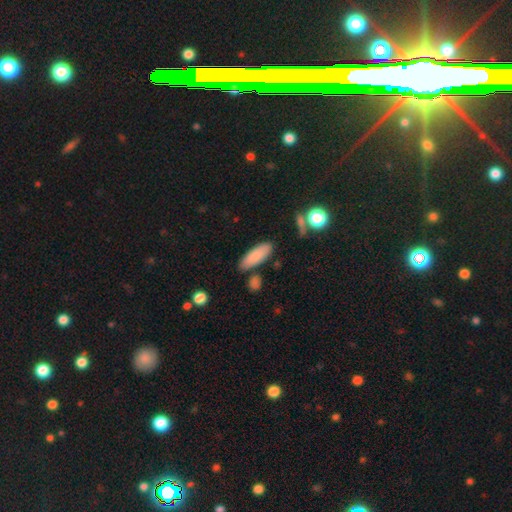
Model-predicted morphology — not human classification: smooth-or-featured: smooth: 83% | featured or disk: 10% | star or artifact: 7%
  how-rounded: in between: 66% | cigar-shaped: 32% | round: 2%
  merging: none: 80% | minor disturbance: 12% | merger: 6% | major disturbance: 3%